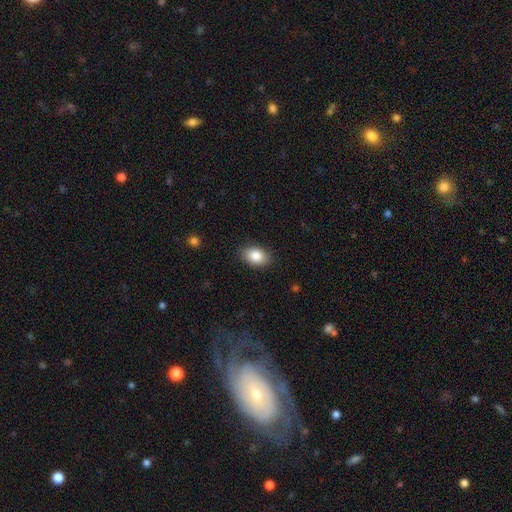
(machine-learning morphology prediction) Overall: smooth (86%). How rounded: in between (86%). Merging: none (87%).